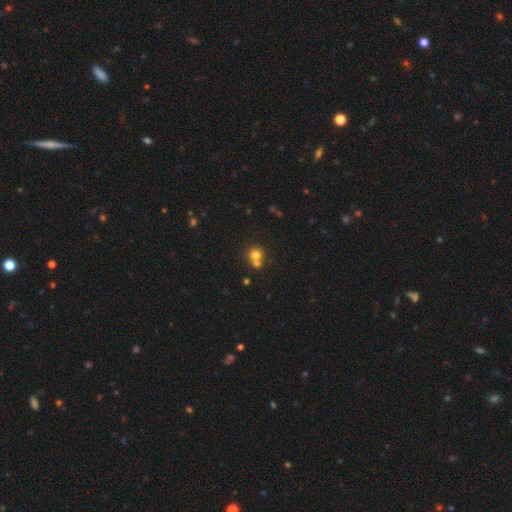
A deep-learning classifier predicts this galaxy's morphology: This is likely a smooth galaxy (73%). How rounded: clearly round (86%). Merging: possibly merger (46%).